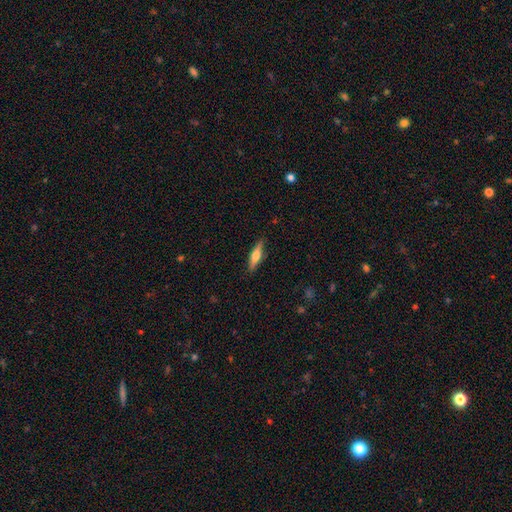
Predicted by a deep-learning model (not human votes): Morphology: type=smooth (51%); roundness=cigar-shaped (73%); merging=none (87%).